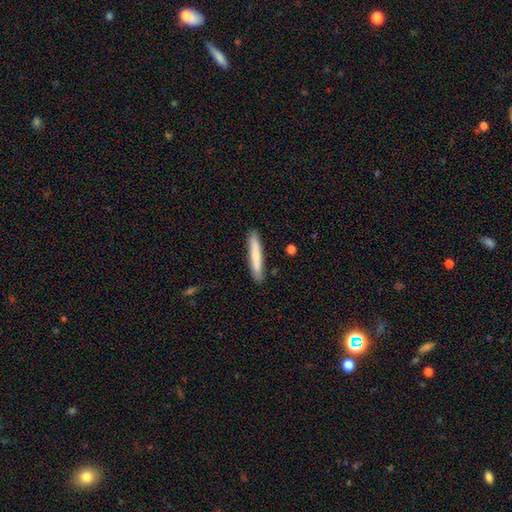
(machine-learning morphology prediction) A smooth galaxy with no disk features (72%) that is cigar-shaped (94%).

Vote fractions:
- Smooth or featured? smooth: 72% / featured or disk: 22% / star or artifact: 6%
- How rounded? cigar-shaped: 94% / in between: 5% / round: 1%
- Merging? none: 88% / minor disturbance: 9% / major disturbance: 2% / merger: 1%